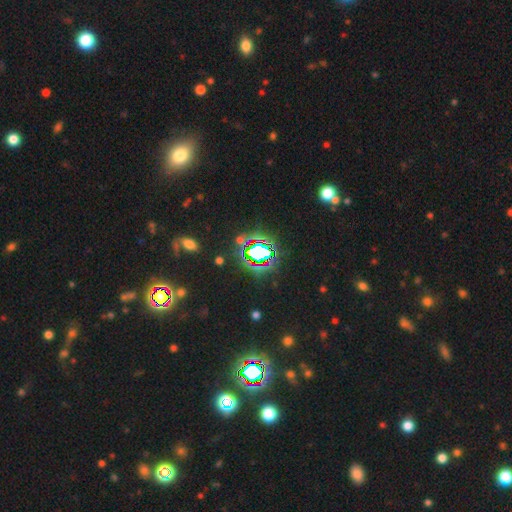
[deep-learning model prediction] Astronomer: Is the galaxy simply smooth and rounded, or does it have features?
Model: star or artifact — 78%.